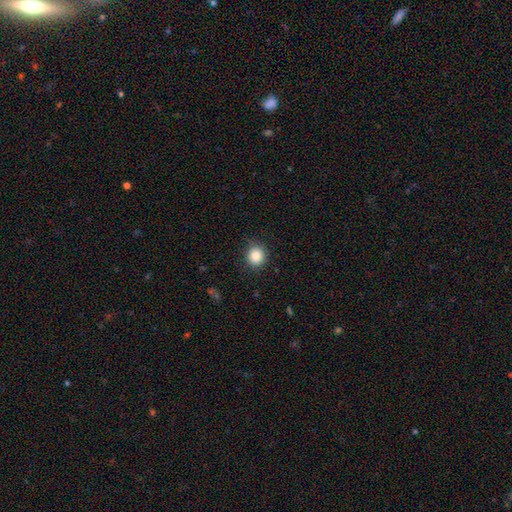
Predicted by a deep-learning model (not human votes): This appears to be a smooth galaxy with no disk features (86%) that is round (86%). Merging: none (84%).